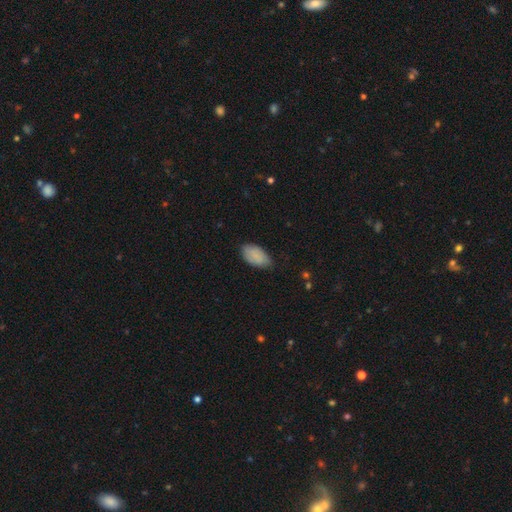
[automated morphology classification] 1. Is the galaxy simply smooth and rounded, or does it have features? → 85% smooth, 9% featured or disk, 6% star or artifact.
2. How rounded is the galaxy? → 95% in between, 3% round, 2% cigar-shaped.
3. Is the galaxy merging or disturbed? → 69% none, 26% minor disturbance, 4% major disturbance, 1% merger.